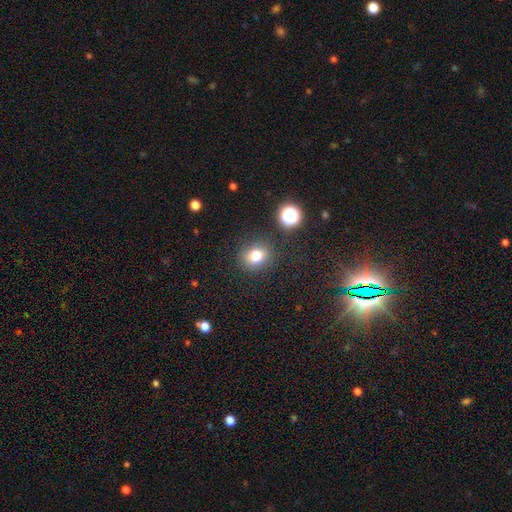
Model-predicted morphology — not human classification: Smooth or featured: smooth — 77% (star or artifact — 15%)
How rounded: round — 78% (in between — 21%)
Merging: none — 86% (minor disturbance — 8%)